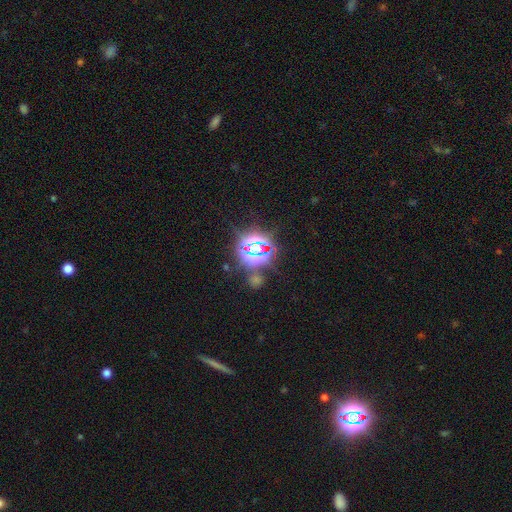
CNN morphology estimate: star or artifact 78%, smooth 16%, featured or disk 6%.